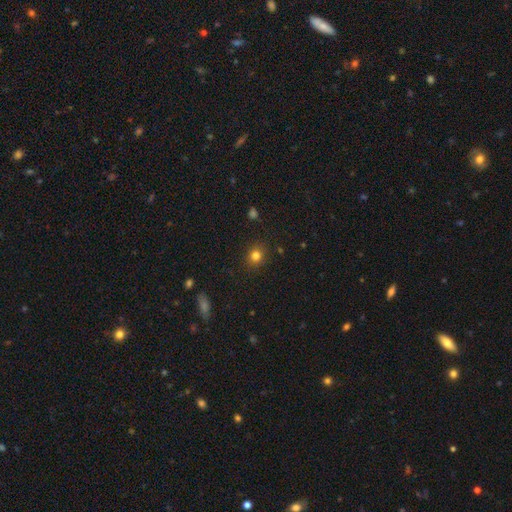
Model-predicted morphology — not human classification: smooth_or_featured: smooth (p=0.80) [alt: star or artifact p=0.14]
how_rounded: round (p=0.83) [alt: in between p=0.16]
merging: none (p=0.89) [alt: minor disturbance p=0.08]